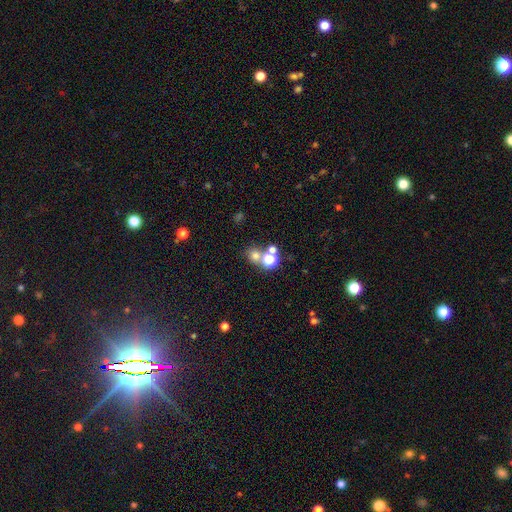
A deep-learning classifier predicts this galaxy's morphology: A smooth galaxy with no disk features (65%) that is round (83%). Merging: none (58%).